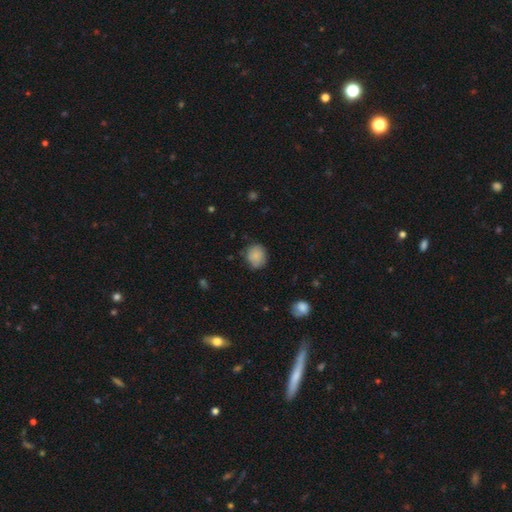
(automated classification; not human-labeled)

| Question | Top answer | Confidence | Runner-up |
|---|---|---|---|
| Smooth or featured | smooth | 85% | star or artifact (8%) |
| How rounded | round | 75% | in between (24%) |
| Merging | none | 76% | minor disturbance (19%) |